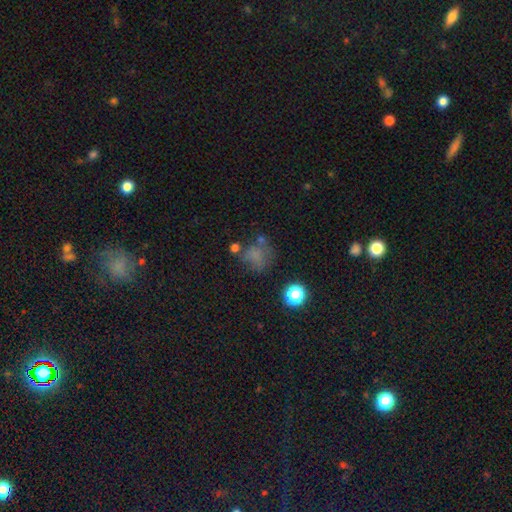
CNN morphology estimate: type=smooth (61%); roundness=round (71%); merging=none (48%).